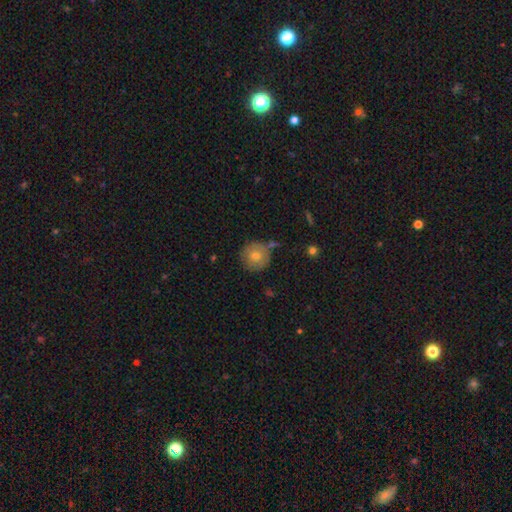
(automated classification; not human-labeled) The model was most divided on "smooth or featured": smooth: 65%, featured or disk: 24%, star or artifact: 11%. More confident: how rounded — round (94%); merging — none (76%).